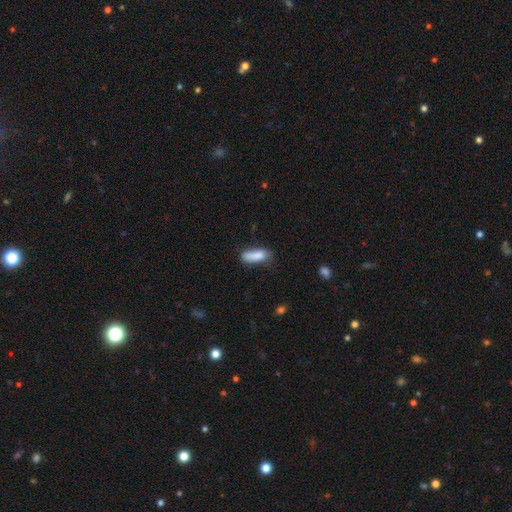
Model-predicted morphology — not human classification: Q: Smooth or featured?
A: smooth (84%); runner-up: featured or disk (9%)
Q: How rounded?
A: in between (59%); runner-up: cigar-shaped (39%)
Q: Merging?
A: none (57%); runner-up: minor disturbance (29%)